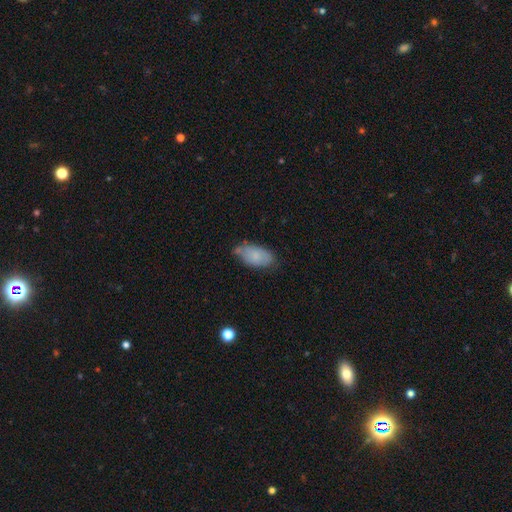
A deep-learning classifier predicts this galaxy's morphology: smooth_or_featured: smooth (p=0.77) [alt: featured or disk p=0.16]
how_rounded: in between (p=0.93) [alt: cigar-shaped p=0.04]
merging: none (p=0.61) [alt: minor disturbance p=0.27]